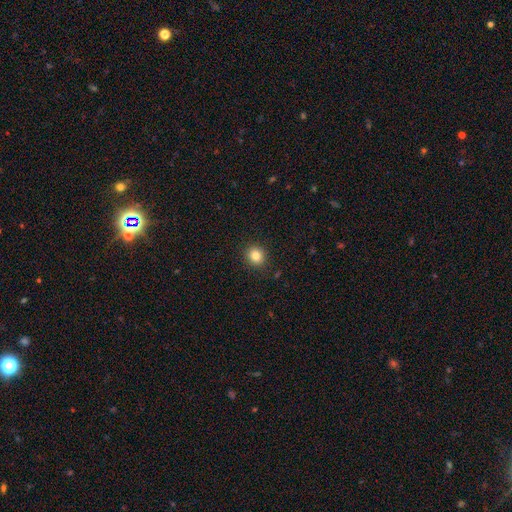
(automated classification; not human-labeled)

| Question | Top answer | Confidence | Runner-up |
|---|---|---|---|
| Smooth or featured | smooth | 83% | star or artifact (11%) |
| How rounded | round | 87% | in between (12%) |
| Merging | none | 91% | minor disturbance (6%) |